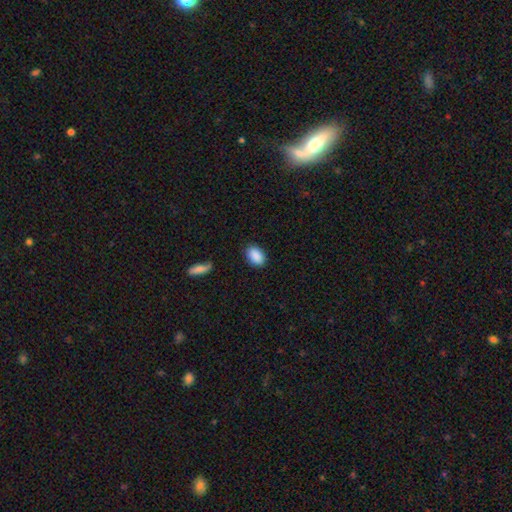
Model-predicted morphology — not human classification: Smooth or featured? Predicted: smooth (p=0.89). How rounded? Predicted: in between (p=0.88). Merging? Predicted: none (p=0.85).